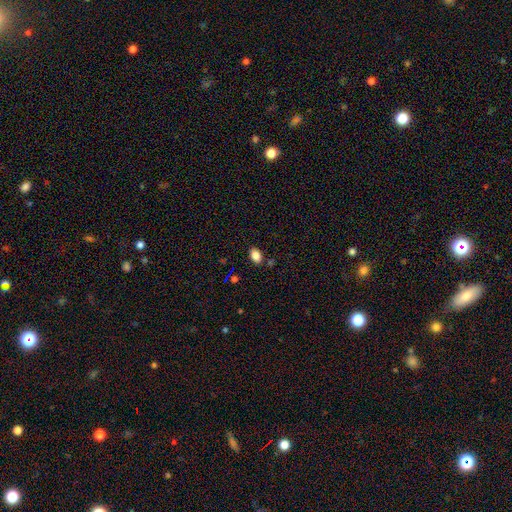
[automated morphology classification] Q: Smooth or featured?
A: smooth (84%); runner-up: star or artifact (10%)
Q: How rounded?
A: in between (85%); runner-up: round (13%)
Q: Merging?
A: none (83%); runner-up: minor disturbance (11%)